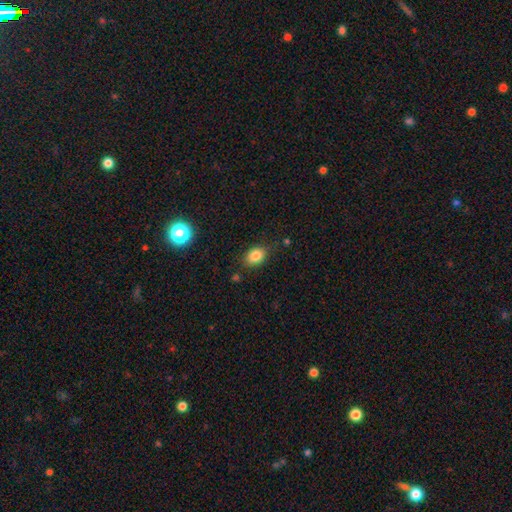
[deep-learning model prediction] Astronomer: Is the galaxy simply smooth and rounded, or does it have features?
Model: smooth — 83%.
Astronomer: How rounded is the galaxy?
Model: in between — 69%.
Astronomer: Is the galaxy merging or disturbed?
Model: none — 79%.